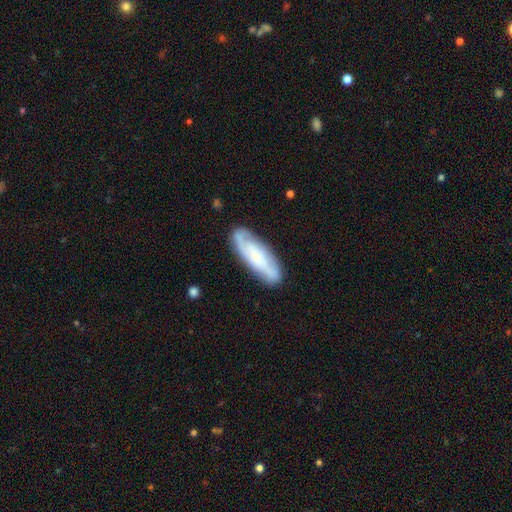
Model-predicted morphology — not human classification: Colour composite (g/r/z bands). It shows a featured or disk galaxy (57%). Merging: none (79%).